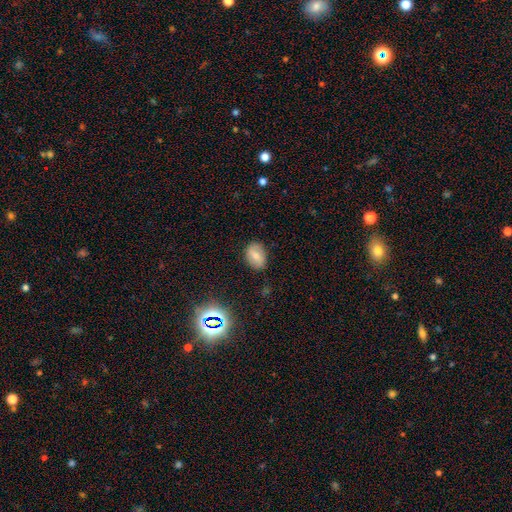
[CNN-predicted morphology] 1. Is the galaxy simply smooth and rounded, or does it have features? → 62% smooth, 27% featured or disk, 11% star or artifact.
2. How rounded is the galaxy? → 76% in between, 23% round, 1% cigar-shaped.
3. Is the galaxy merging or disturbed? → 83% none, 13% minor disturbance, 3% major disturbance, 1% merger.